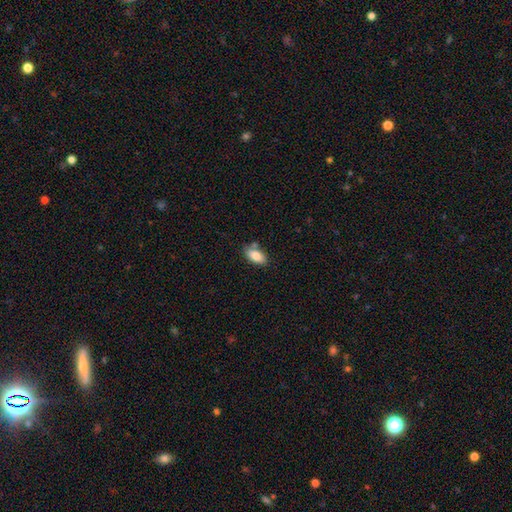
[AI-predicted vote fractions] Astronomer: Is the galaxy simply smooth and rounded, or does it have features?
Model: smooth — 83%.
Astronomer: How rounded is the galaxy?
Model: in between — 92%.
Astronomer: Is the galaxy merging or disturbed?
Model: none — 70%.